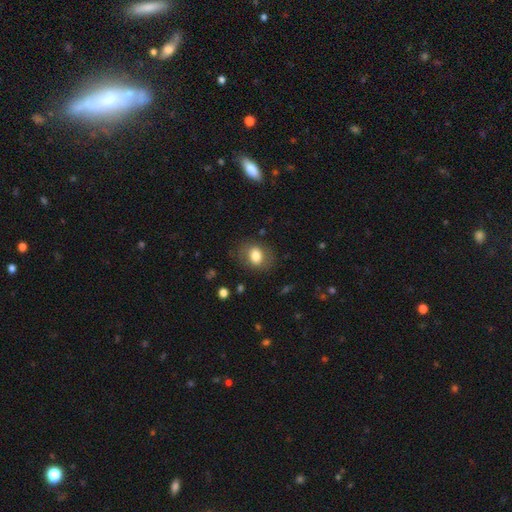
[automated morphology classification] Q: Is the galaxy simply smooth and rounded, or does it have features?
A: smooth — 78%.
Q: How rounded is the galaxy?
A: in between — 59%.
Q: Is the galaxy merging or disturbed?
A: none — 78%.